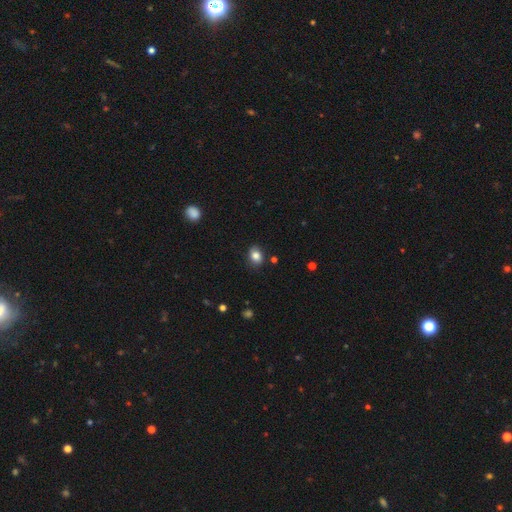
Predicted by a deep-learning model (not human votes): Overall: smooth (84%). How rounded: in between (65%; round 34%). Merging: none (84%).